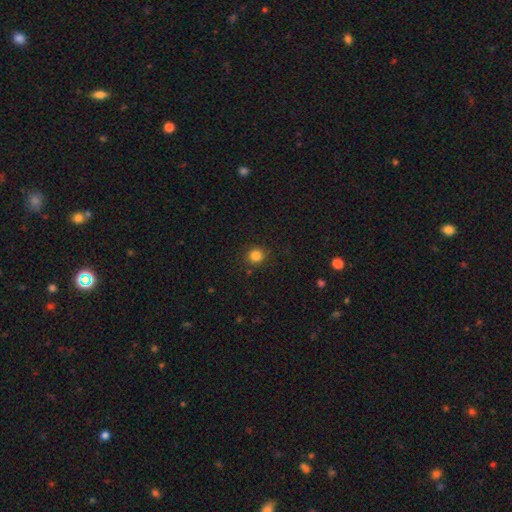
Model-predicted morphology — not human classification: A smooth galaxy with no disk features (83%) that is round (91%).

Vote fractions:
- Smooth or featured? smooth: 83% / star or artifact: 12% / featured or disk: 4%
- How rounded? round: 91% / in between: 8% / cigar-shaped: 1%
- Merging? none: 88% / minor disturbance: 8% / major disturbance: 2% / merger: 1%